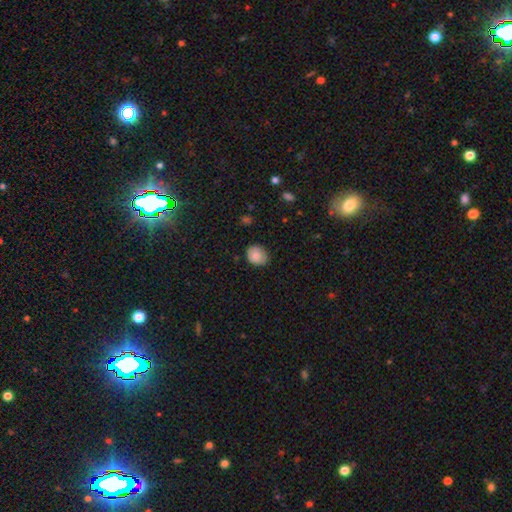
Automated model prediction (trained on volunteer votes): A smooth galaxy with no disk features (84%) that is round (59%). Merging: none (76%).